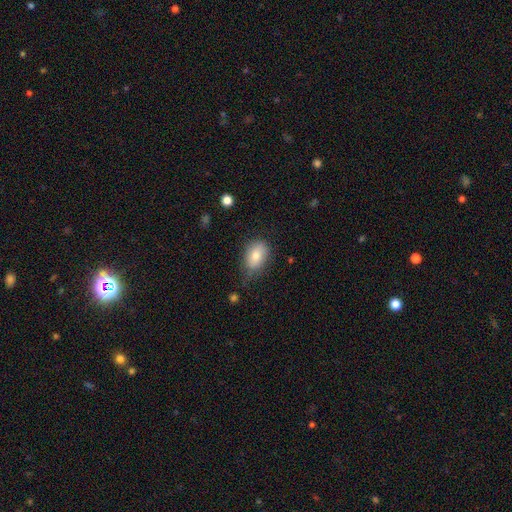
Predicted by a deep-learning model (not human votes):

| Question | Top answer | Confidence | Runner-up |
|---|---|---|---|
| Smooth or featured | smooth | 79% | featured or disk (13%) |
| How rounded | in between | 87% | round (11%) |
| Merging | none | 64% | minor disturbance (28%) |